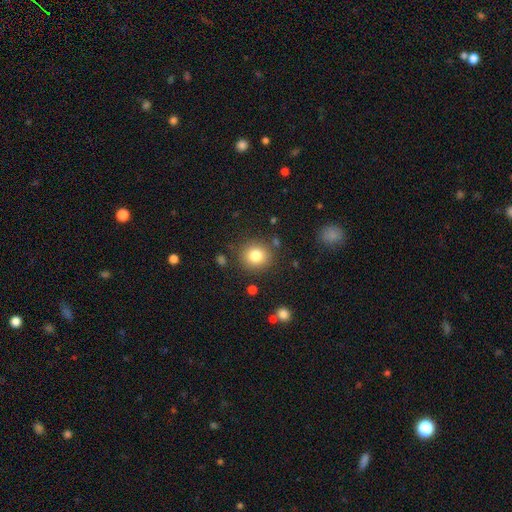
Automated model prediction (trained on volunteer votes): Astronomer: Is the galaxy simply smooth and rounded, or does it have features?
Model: smooth — 81%.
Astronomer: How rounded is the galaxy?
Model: round — 90%.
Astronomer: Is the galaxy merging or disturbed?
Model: none — 86%.